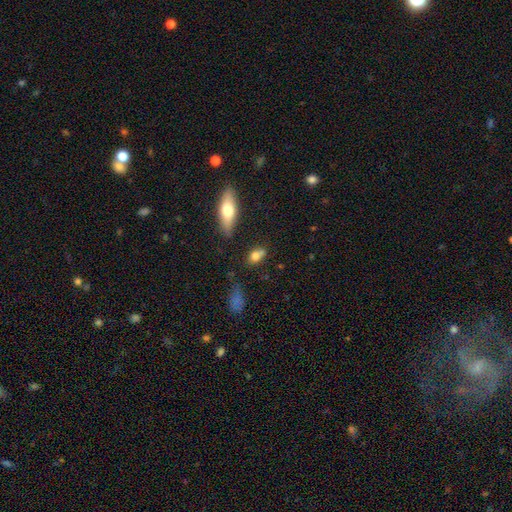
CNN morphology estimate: This appears to be a smooth galaxy with no disk features (74%) that is in between round and cigar-shaped (74%). Merging: none (57%).